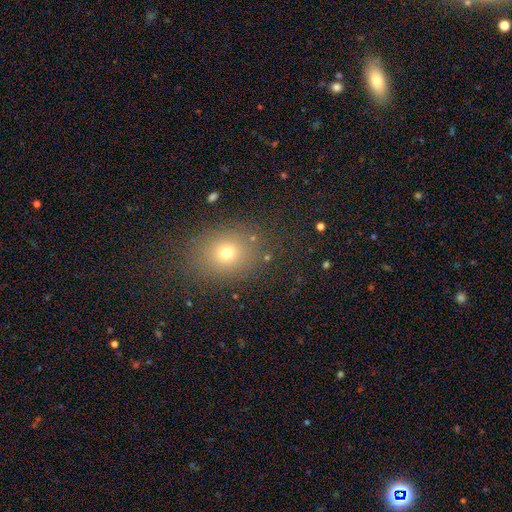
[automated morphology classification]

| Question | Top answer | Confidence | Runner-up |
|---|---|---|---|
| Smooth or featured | smooth | 66% | star or artifact (25%) |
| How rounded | round | 52% | in between (46%) |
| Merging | none | 86% | minor disturbance (9%) |